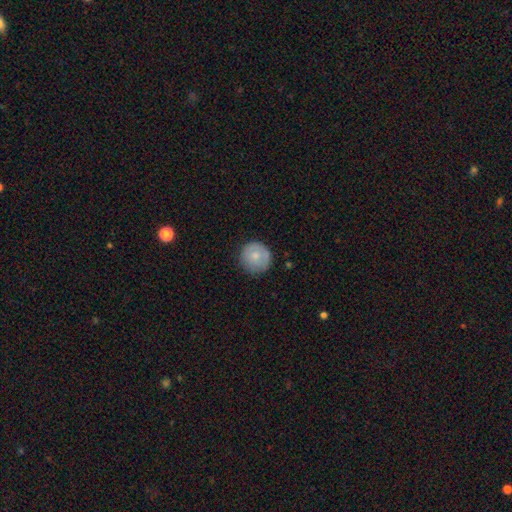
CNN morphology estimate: Smooth or featured?
  - smooth: 74% *
  - featured or disk: 19%
  - star or artifact: 7%
How rounded?
  - round: 95% *
  - in between: 4%
  - cigar-shaped: 1%
Merging?
  - none: 83% *
  - minor disturbance: 13%
  - major disturbance: 3%
  - merger: 1%